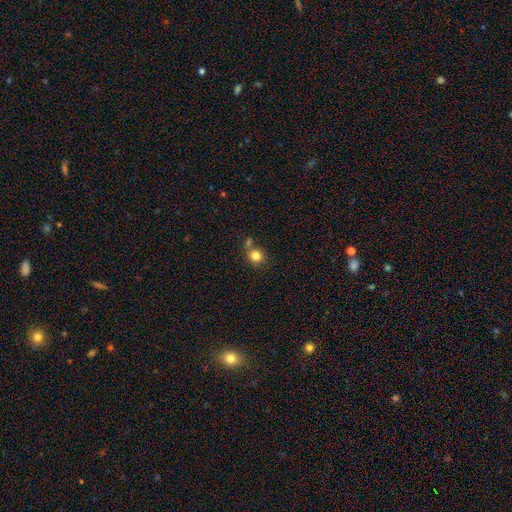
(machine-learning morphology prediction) A smooth galaxy with no disk features (82%) that is round (86%).

Vote fractions:
- Smooth or featured? smooth: 82% / star or artifact: 11% / featured or disk: 6%
- How rounded? round: 86% / in between: 14% / cigar-shaped: 1%
- Merging? none: 64% / merger: 22% / minor disturbance: 11% / major disturbance: 4%